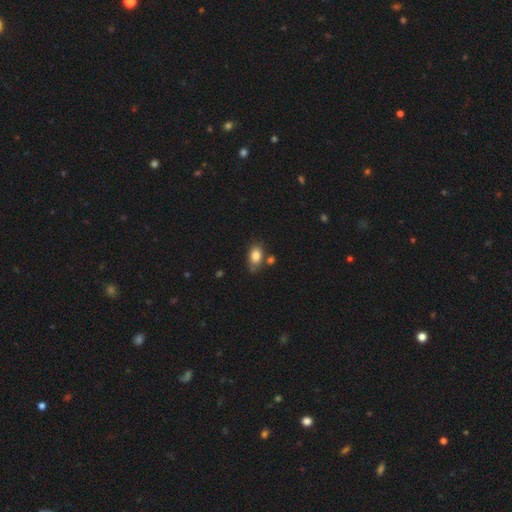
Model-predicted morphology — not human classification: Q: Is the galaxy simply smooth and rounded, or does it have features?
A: smooth — 84%.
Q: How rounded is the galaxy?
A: in between — 84%.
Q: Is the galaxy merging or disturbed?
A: none — 67%.